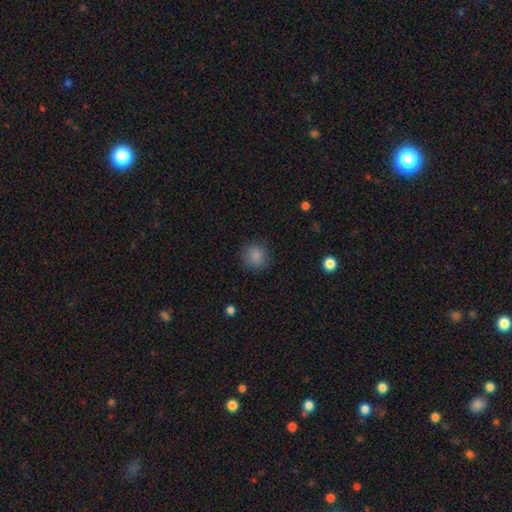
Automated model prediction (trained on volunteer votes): smooth-or-featured: smooth: 86% | star or artifact: 10% | featured or disk: 4%
  how-rounded: round: 89% | in between: 10% | cigar-shaped: 1%
  merging: none: 87% | minor disturbance: 9% | major disturbance: 3% | merger: 1%